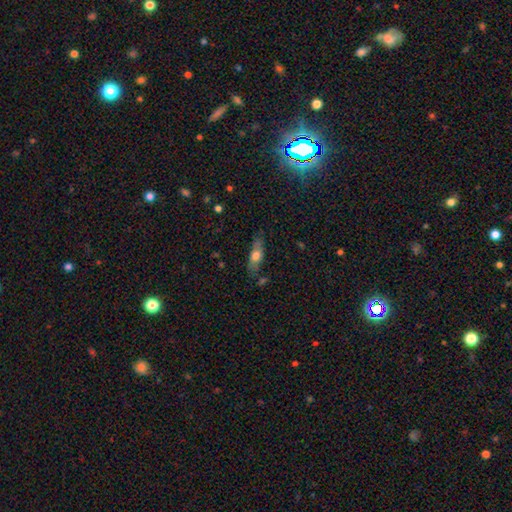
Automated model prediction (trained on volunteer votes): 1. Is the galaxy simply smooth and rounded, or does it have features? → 62% smooth, 30% featured or disk, 8% star or artifact.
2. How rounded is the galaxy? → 57% in between, 38% cigar-shaped, 5% round.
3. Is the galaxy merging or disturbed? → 67% none, 22% minor disturbance, 6% major disturbance, 5% merger.